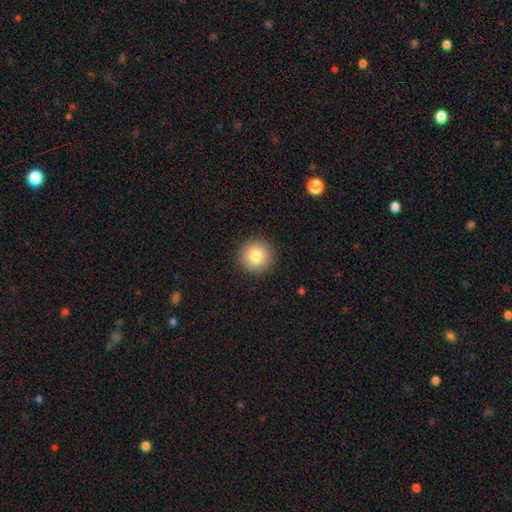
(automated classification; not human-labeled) Morphology: type=smooth (83%); roundness=round (95%); merging=none (92%).